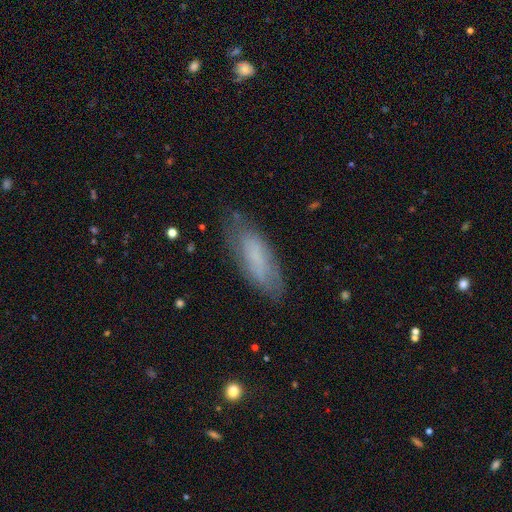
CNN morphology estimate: The model was most divided on "how rounded": in between: 60%, cigar-shaped: 38%, round: 2%. More confident: merging — none (71%); smooth or featured — smooth (65%).